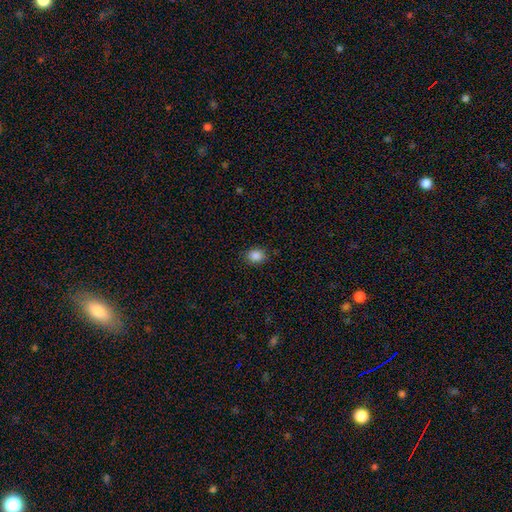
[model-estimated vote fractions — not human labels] smooth 86%, star or artifact 10%, featured or disk 4%. Down the decision tree: how rounded — round (54%); merging — none (85%).